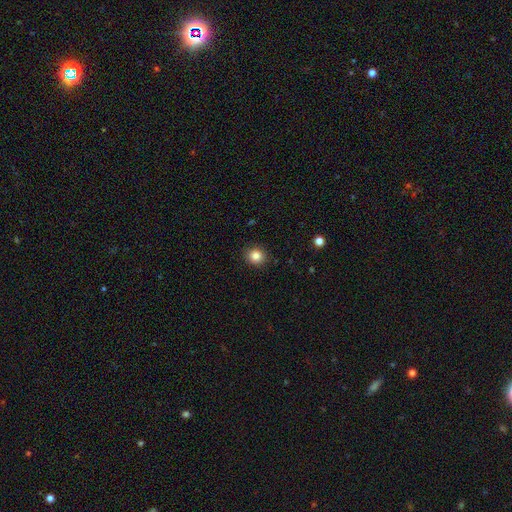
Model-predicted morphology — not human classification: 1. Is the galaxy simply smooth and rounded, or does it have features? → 84% smooth, 11% star or artifact, 5% featured or disk.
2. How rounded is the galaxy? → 87% round, 12% in between, 1% cigar-shaped.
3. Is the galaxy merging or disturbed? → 92% none, 6% minor disturbance, 2% major disturbance, 1% merger.